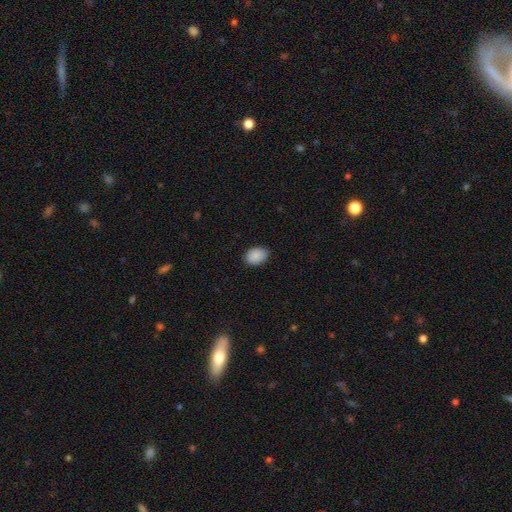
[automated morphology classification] Smooth or featured? Predicted: smooth (p=0.89). How rounded? Predicted: in between (p=0.81). Merging? Predicted: none (p=0.86).